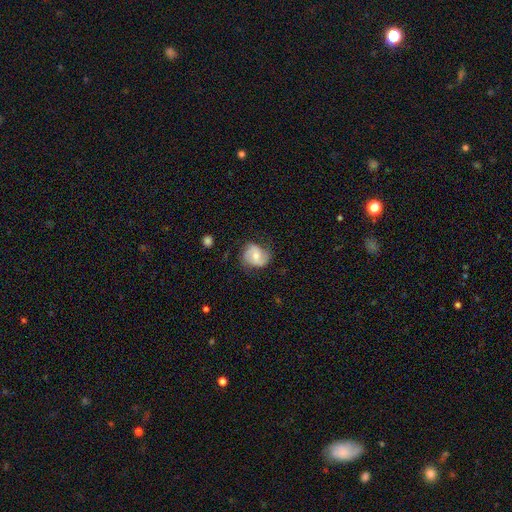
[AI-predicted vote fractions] smooth-or-featured: featured or disk: 62% | smooth: 31% | star or artifact: 7%
  disk-edge-on: no: 97% | yes: 3%
    bar: no: 46% | weak: 41% | strong: 13%
    has-spiral-arms: yes: 90% | no: 10%
      spiral-winding: medium: 46% | loose: 27% | tight: 27%
      spiral-arm-count: 2: 84% | can't tell: 8% | 3: 3% | 1: 3% | 4: 1% | more than 4: 1%
    bulge-size: moderate: 58% | small: 35% | large: 4% | none: 3% | dominant: 1%
  merging: none: 69% | minor disturbance: 22% | major disturbance: 8% | merger: 1%